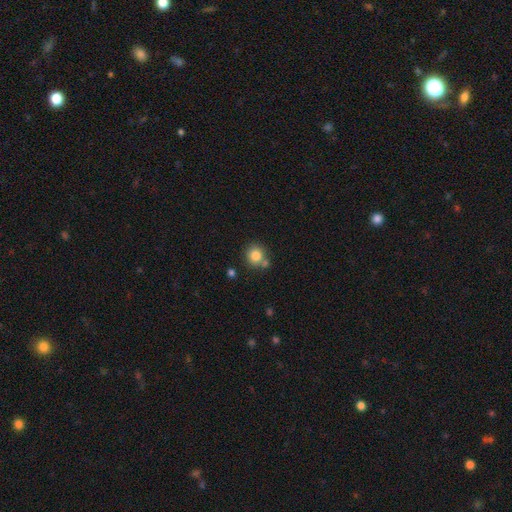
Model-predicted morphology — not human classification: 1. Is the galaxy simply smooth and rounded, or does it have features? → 83% smooth, 10% star or artifact, 7% featured or disk.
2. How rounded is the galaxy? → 89% round, 10% in between, 1% cigar-shaped.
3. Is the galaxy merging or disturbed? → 67% none, 19% merger, 11% minor disturbance, 3% major disturbance.